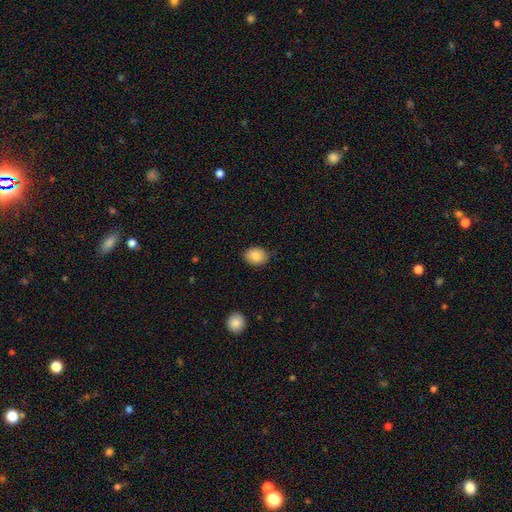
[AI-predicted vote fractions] Q: Smooth or featured?
A: smooth (86%); runner-up: star or artifact (8%)
Q: How rounded?
A: in between (64%); runner-up: round (35%)
Q: Merging?
A: none (83%); runner-up: minor disturbance (13%)